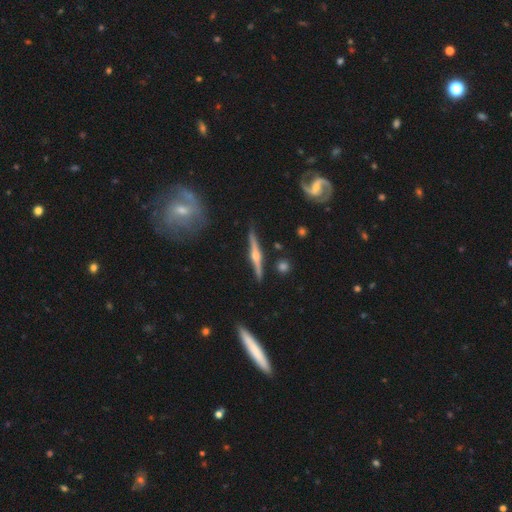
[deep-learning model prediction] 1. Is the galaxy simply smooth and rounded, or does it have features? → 83% featured or disk, 12% smooth, 5% star or artifact.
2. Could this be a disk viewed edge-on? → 98% yes, 2% no.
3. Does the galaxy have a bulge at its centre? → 94% rounded, 4% boxy, 3% none.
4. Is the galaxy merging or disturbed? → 89% none, 8% minor disturbance, 2% merger, 2% major disturbance.